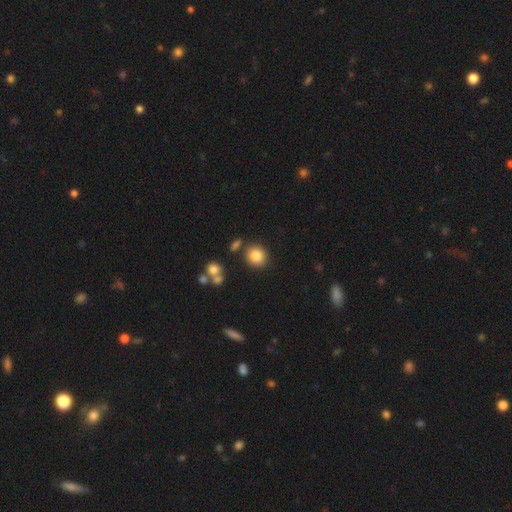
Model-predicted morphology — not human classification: Smooth or featured: smooth — 83% (star or artifact — 10%)
How rounded: round — 79% (in between — 20%)
Merging: none — 79% (minor disturbance — 10%)